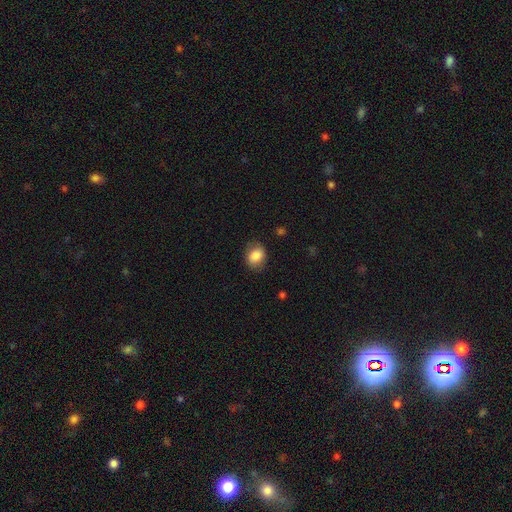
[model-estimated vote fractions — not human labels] This is clearly a smooth galaxy (83%). How rounded: possibly in between (51%). Merging: likely none (77%).